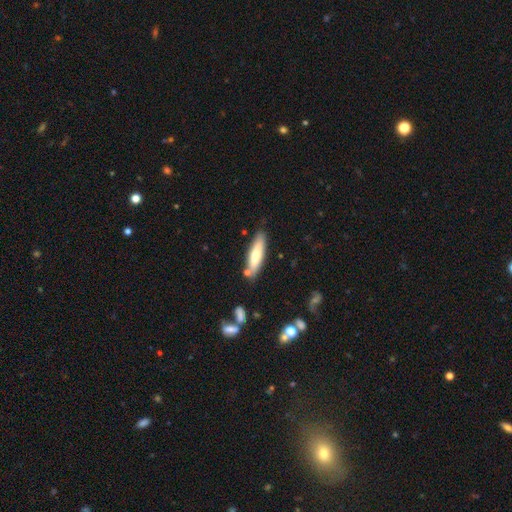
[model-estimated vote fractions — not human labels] Smooth or featured? smooth (71%)
How rounded? cigar-shaped (69%)
Merging? none (77%)